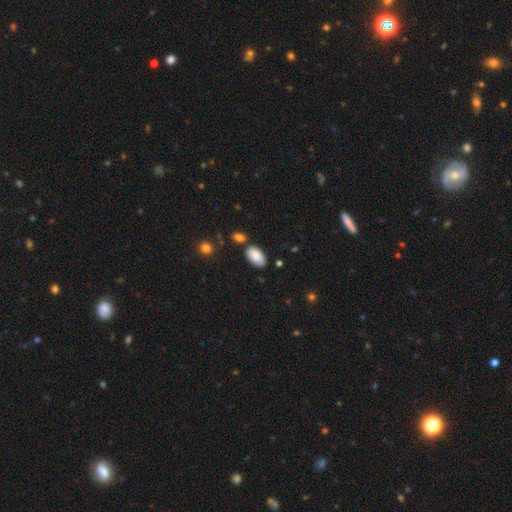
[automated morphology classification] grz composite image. It shows a smooth galaxy with no disk features (87%) that is in between round and cigar-shaped (95%). Merging: none (74%).